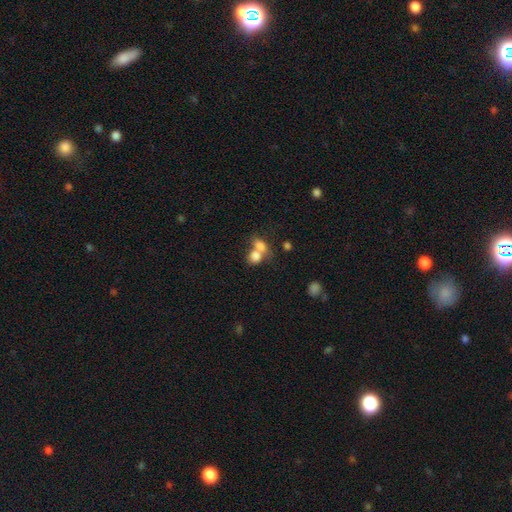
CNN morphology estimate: Overall: smooth (78%). How rounded: in between (55%; round 44%). Merging: merger (64%).